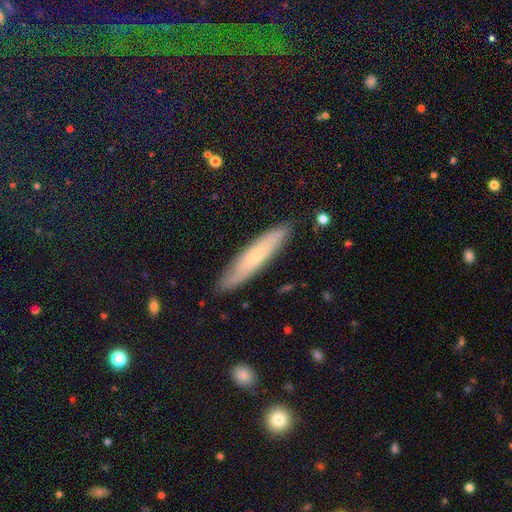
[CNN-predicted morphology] A smooth galaxy with no disk features (47%, tied with featured or disk). Merging: none (86%).